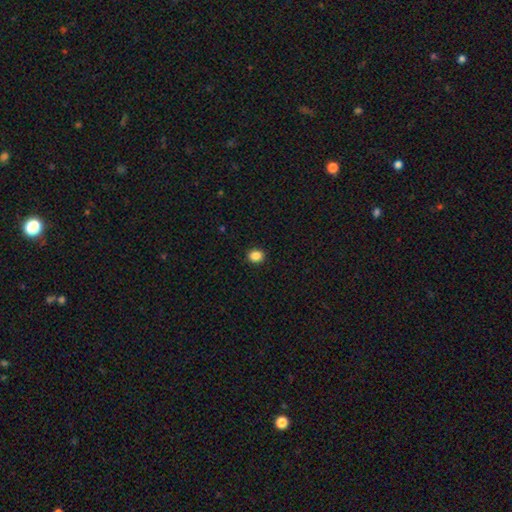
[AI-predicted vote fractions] smooth-or-featured: smooth: 87% | star or artifact: 10% | featured or disk: 3%
  how-rounded: round: 67% | in between: 32% | cigar-shaped: 1%
  merging: none: 91% | minor disturbance: 6% | major disturbance: 2% | merger: 1%